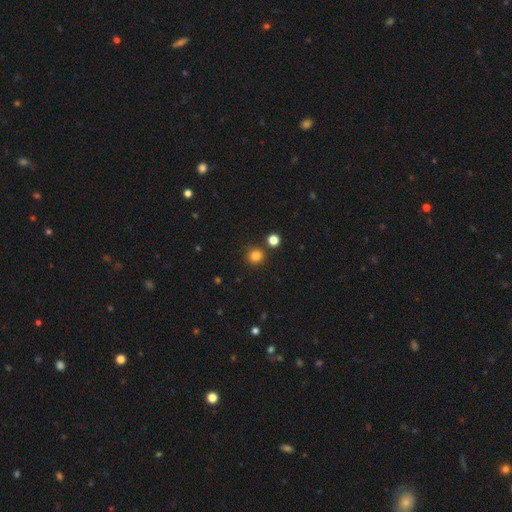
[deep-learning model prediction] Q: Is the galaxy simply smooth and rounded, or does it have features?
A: smooth — 82%.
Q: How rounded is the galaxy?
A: round — 93%.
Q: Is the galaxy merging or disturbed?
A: none — 86%.